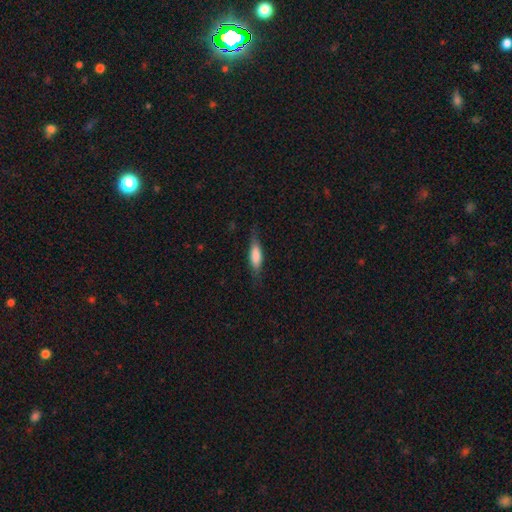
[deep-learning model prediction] Morphology: type=smooth (71%); roundness=cigar-shaped (51%); merging=none (75%).